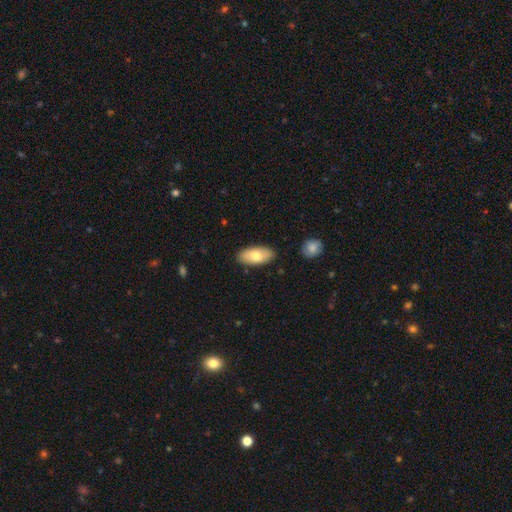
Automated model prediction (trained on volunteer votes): smooth-or-featured: smooth: 77% | featured or disk: 17% | star or artifact: 6%
  how-rounded: in between: 92% | cigar-shaped: 6% | round: 2%
  merging: none: 86% | minor disturbance: 10% | merger: 2% | major disturbance: 2%